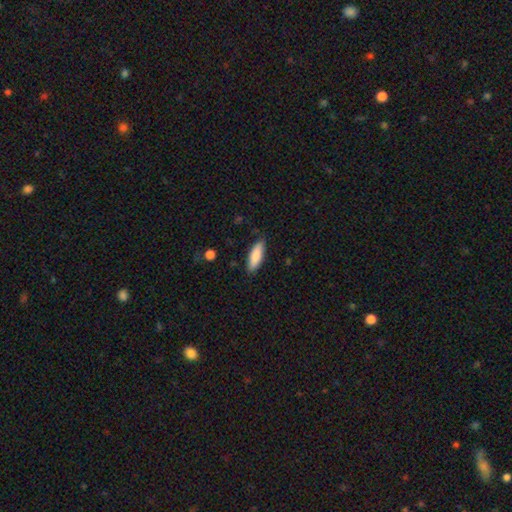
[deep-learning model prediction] This is clearly a smooth galaxy (86%). How rounded: likely in between (61%). Merging: clearly none (85%).